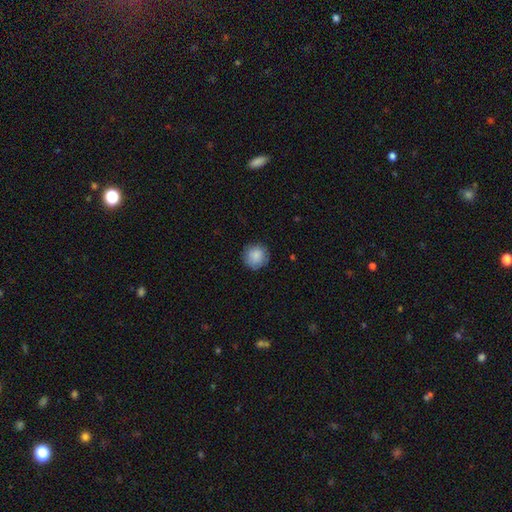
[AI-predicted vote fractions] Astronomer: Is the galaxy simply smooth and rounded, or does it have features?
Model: smooth — 86%.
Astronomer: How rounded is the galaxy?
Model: round — 93%.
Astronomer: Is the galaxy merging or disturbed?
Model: none — 85%.